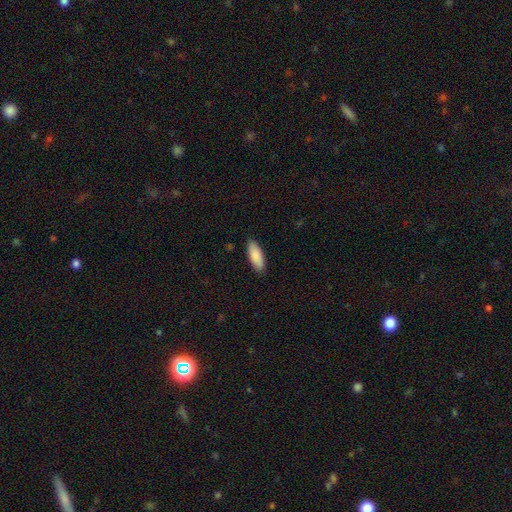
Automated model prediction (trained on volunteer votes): The model was most divided on "how rounded": in between: 74%, cigar-shaped: 25%, round: 2%. More confident: smooth or featured — smooth (88%); merging — none (88%).